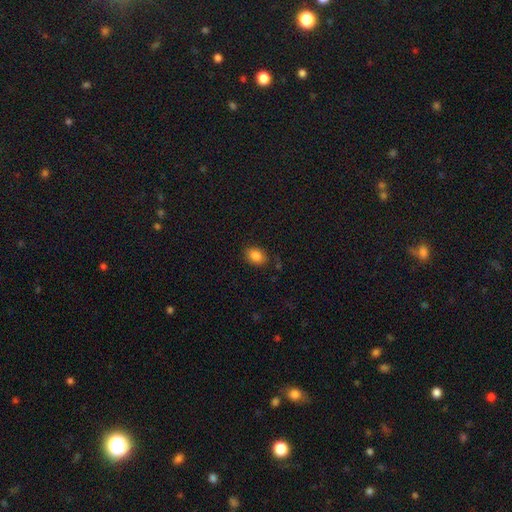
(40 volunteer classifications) Smooth or featured: smooth — 88% (star or artifact — 8%)
How rounded: in between — 83% (round — 14%)
Merging: none — 81% (minor disturbance — 11%)